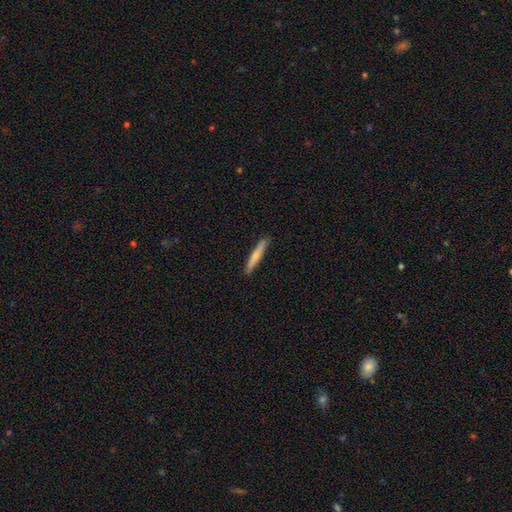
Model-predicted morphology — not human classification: A smooth galaxy with no disk features (67%) that is cigar-shaped (95%).

Vote fractions:
- Smooth or featured? smooth: 67% / featured or disk: 27% / star or artifact: 5%
- How rounded? cigar-shaped: 95% / in between: 4% / round: 1%
- Merging? none: 91% / minor disturbance: 7% / major disturbance: 1% / merger: 1%